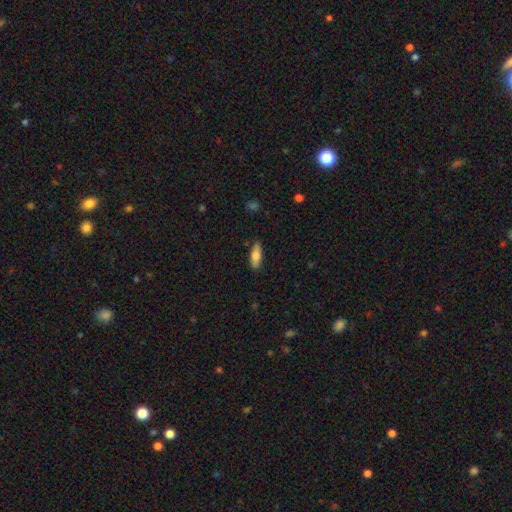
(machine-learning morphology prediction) Smooth or featured? Predicted: smooth (p=0.73). How rounded? Predicted: in between (p=0.62). Merging? Predicted: none (p=0.85).